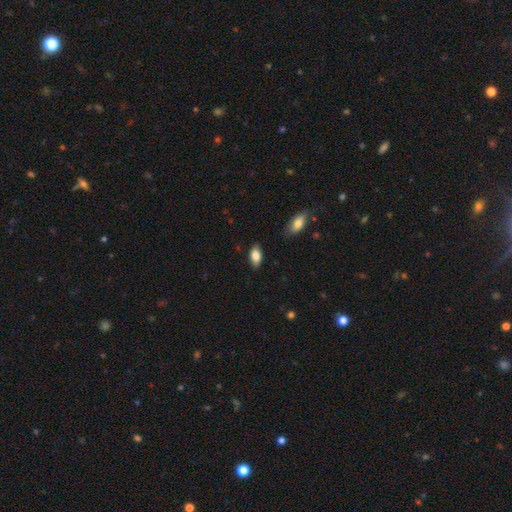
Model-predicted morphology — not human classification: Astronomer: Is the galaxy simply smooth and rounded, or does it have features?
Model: smooth — 85%.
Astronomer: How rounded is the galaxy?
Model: in between — 92%.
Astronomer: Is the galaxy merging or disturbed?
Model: none — 83%.